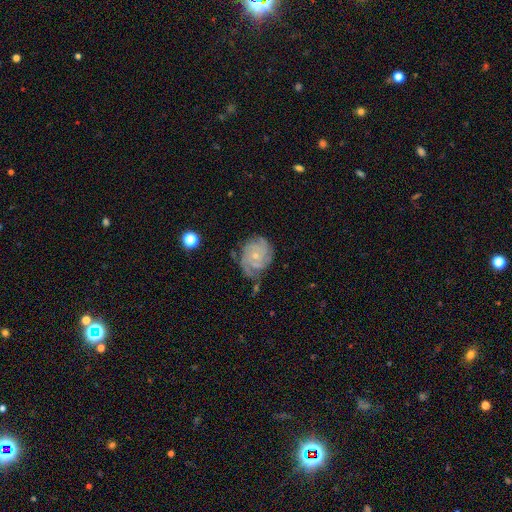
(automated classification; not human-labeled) Q: Smooth or featured?
A: featured or disk (84%); runner-up: smooth (9%)
Q: Edge-on disk?
A: no (98%); runner-up: yes (2%)
Q: Bar?
A: no (76%); runner-up: weak (21%)
Q: Spiral arms?
A: yes (96%); runner-up: no (4%)
Q: Spiral winding?
A: tight (70%); runner-up: medium (25%)
Q: Spiral arm count?
A: 3 (29%); runner-up: can't tell (24%)
Q: Bulge size?
A: small (73%); runner-up: moderate (23%)
Q: Merging?
A: none (65%); runner-up: minor disturbance (23%)